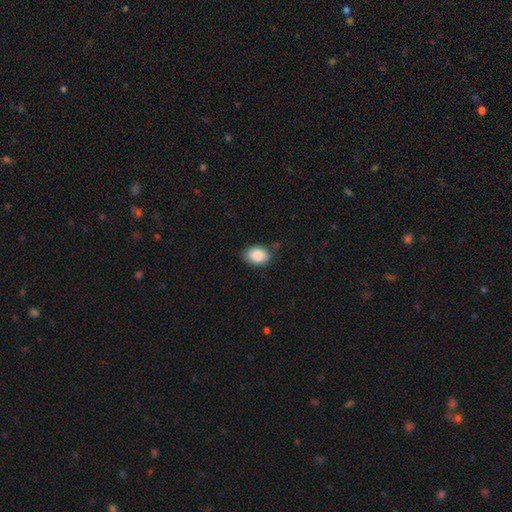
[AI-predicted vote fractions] A smooth galaxy with no disk features (87%) that is in between round and cigar-shaped (77%). Merging: none (75%).